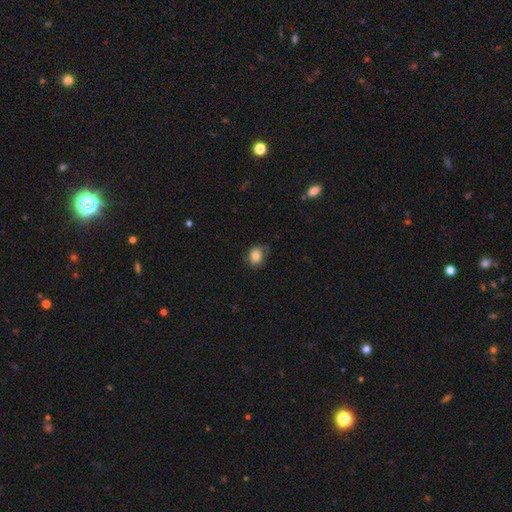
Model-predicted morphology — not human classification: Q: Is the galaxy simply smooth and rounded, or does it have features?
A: smooth — 82%.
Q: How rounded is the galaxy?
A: round — 50%.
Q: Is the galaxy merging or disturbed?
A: none — 72%.